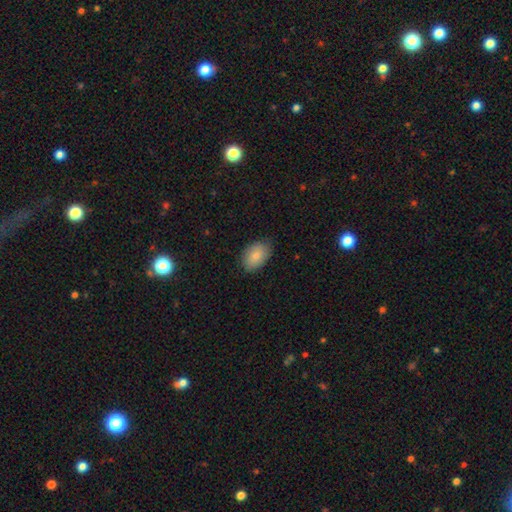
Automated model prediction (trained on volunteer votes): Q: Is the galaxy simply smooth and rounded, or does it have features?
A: smooth — 85%.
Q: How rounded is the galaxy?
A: in between — 88%.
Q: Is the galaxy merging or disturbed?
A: none — 82%.